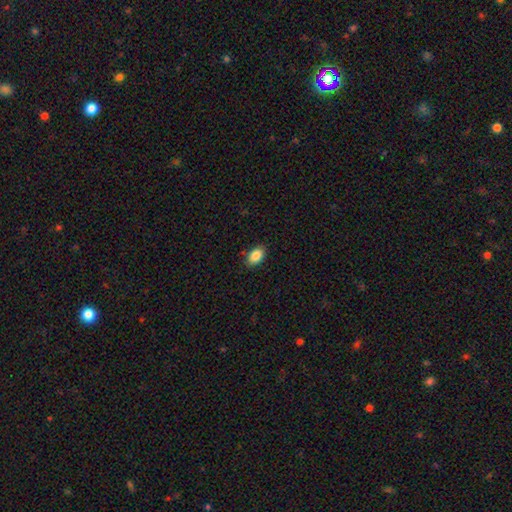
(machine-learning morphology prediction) Smooth or featured? Predicted: smooth (p=0.87). How rounded? Predicted: in between (p=0.91). Merging? Predicted: none (p=0.87).